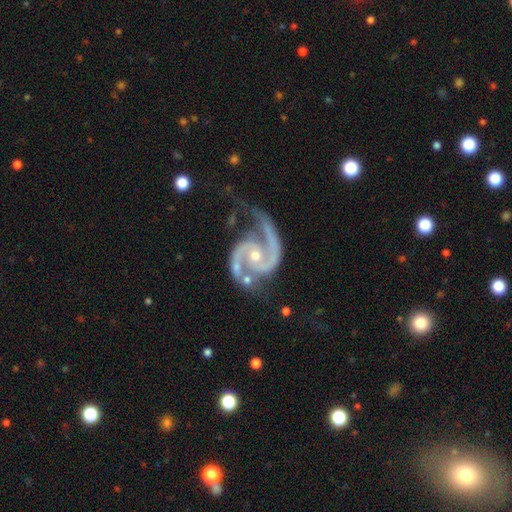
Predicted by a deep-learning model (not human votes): Smooth or featured?
  - featured or disk: 94% *
  - star or artifact: 4%
  - smooth: 2%
Edge-on disk?
  - no: 98% *
  - yes: 2%
Bar?
  - no: 57% *
  - weak: 30%
  - strong: 13%
Spiral arms?
  - yes: 99% *
  - no: 1%
Spiral winding?
  - medium: 61% *
  - tight: 27%
  - loose: 12%
Spiral arm count?
  - 2: 93% *
  - 3: 2%
  - 1: 2%
  - can't tell: 1%
  - 4: 1%
  - more than 4: 1%
Bulge size?
  - moderate: 50% *
  - small: 47%
  - large: 1%
  - none: 1%
  - dominant: 1%
Merging?
  - none: 53% *
  - minor disturbance: 26%
  - major disturbance: 15%
  - merger: 6%